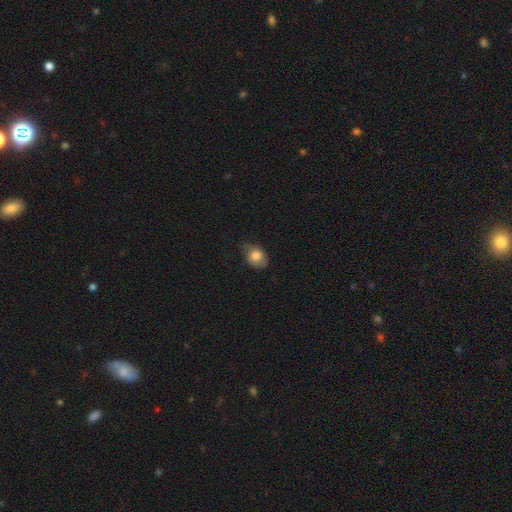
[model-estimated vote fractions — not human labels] Smooth or featured?
  - smooth: 81% *
  - featured or disk: 11%
  - star or artifact: 8%
How rounded?
  - in between: 52% *
  - round: 47%
  - cigar-shaped: 1%
Merging?
  - none: 62% *
  - minor disturbance: 30%
  - major disturbance: 7%
  - merger: 1%